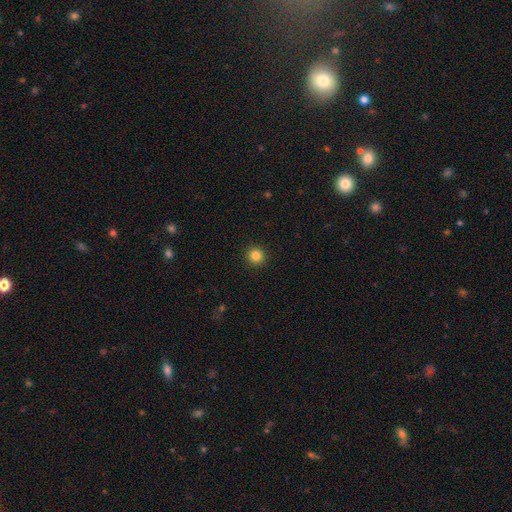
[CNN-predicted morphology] Q: Smooth or featured?
A: smooth (84%); runner-up: star or artifact (12%)
Q: How rounded?
A: round (94%); runner-up: in between (5%)
Q: Merging?
A: none (93%); runner-up: minor disturbance (4%)